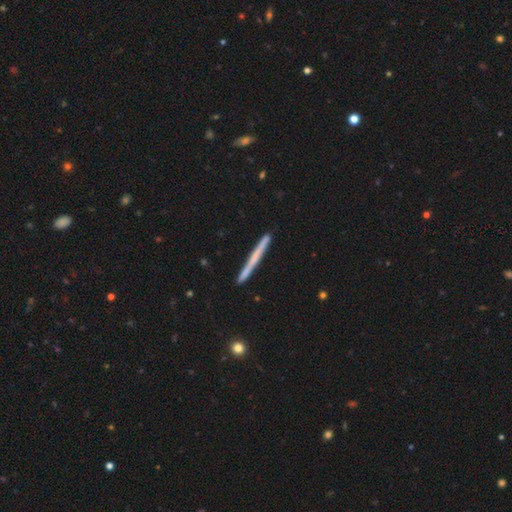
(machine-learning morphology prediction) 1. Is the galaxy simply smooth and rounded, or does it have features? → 48% smooth, 47% featured or disk, 5% star or artifact.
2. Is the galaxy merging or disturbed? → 91% none, 7% minor disturbance, 1% merger, 1% major disturbance.